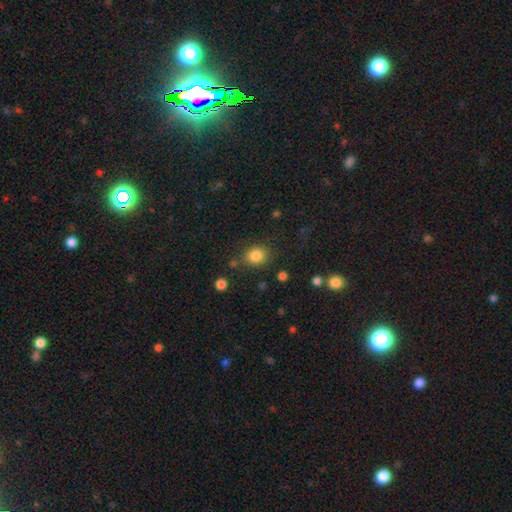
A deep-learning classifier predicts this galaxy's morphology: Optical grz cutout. It shows a smooth galaxy with no disk features (84%) that is round (63%). Merging: none (78%).